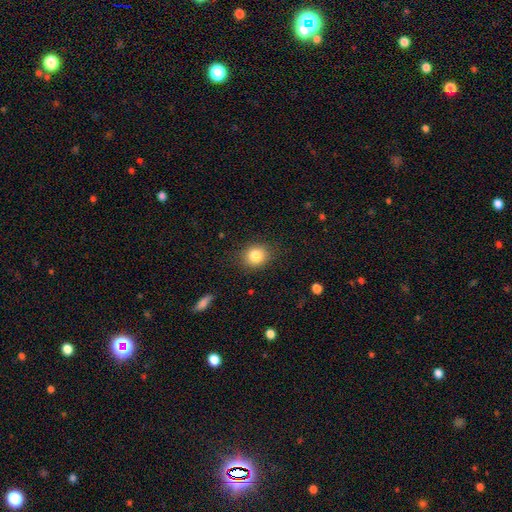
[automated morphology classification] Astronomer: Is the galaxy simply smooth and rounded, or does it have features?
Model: smooth — 83%.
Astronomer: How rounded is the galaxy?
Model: round — 71%.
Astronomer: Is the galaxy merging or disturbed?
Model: none — 86%.